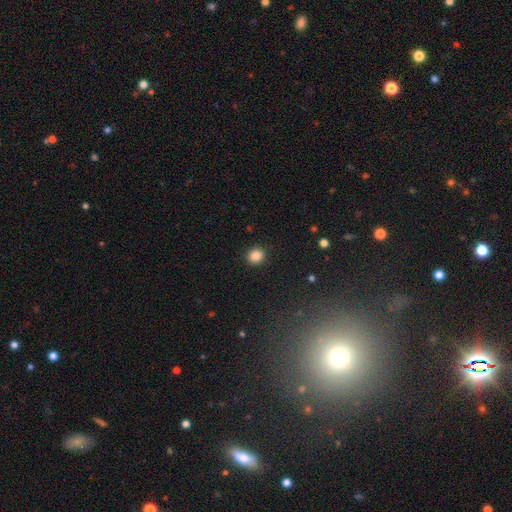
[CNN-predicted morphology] smooth-or-featured: smooth: 87% | star or artifact: 10% | featured or disk: 3%
  how-rounded: round: 82% | in between: 17% | cigar-shaped: 1%
  merging: none: 92% | minor disturbance: 5% | major disturbance: 2% | merger: 1%